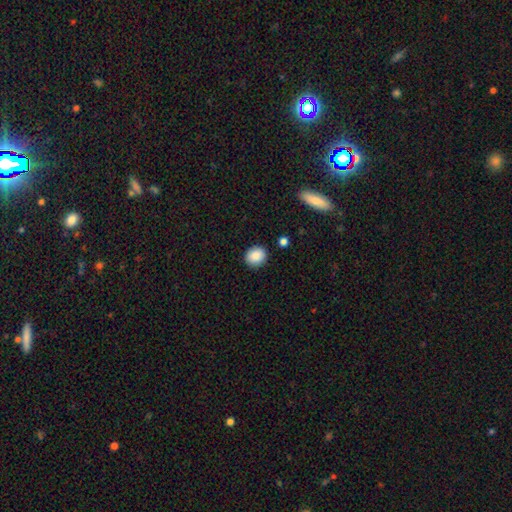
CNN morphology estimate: A smooth galaxy with no disk features (87%) that is round (76%). Merging: none (89%).